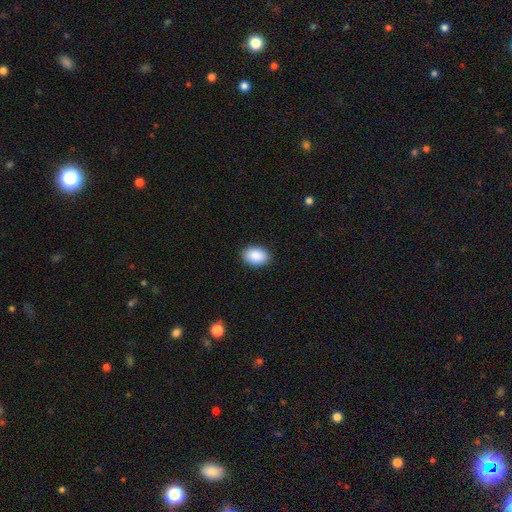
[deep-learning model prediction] A smooth galaxy with no disk features (90%) that is in between round and cigar-shaped (87%). Merging: none (89%).